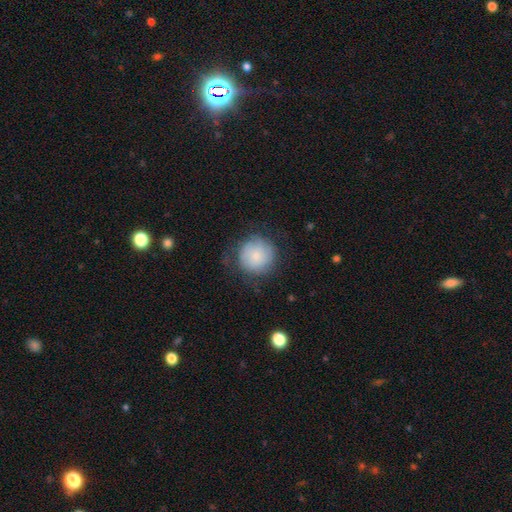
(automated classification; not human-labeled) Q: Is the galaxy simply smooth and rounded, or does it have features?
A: smooth — 73%.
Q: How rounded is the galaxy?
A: round — 93%.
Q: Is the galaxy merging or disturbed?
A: none — 66%.